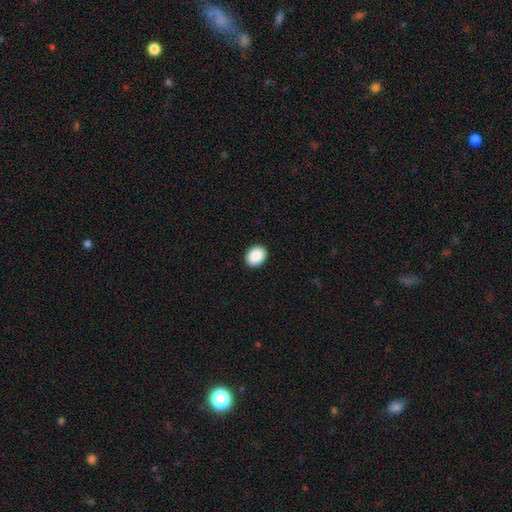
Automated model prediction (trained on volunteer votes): smooth_or_featured: smooth (p=0.89) [alt: star or artifact p=0.08]
how_rounded: in between (p=0.52) [alt: round p=0.47]
merging: none (p=0.92) [alt: minor disturbance p=0.05]